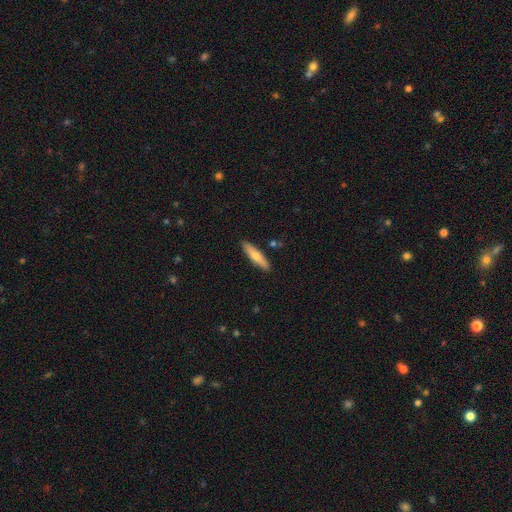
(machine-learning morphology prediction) Smooth or featured? smooth (62%)
How rounded? cigar-shaped (81%)
Merging? none (89%)